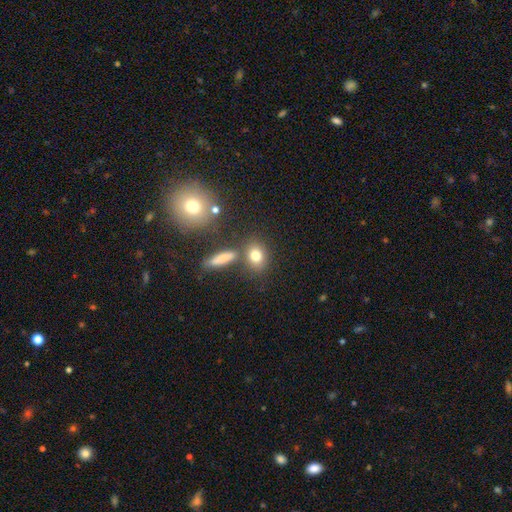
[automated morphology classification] Smooth or featured?
  - smooth: 77% *
  - star or artifact: 13%
  - featured or disk: 10%
How rounded?
  - round: 49% *
  - in between: 47%
  - cigar-shaped: 5%
Merging?
  - none: 70% *
  - merger: 14%
  - minor disturbance: 11%
  - major disturbance: 4%